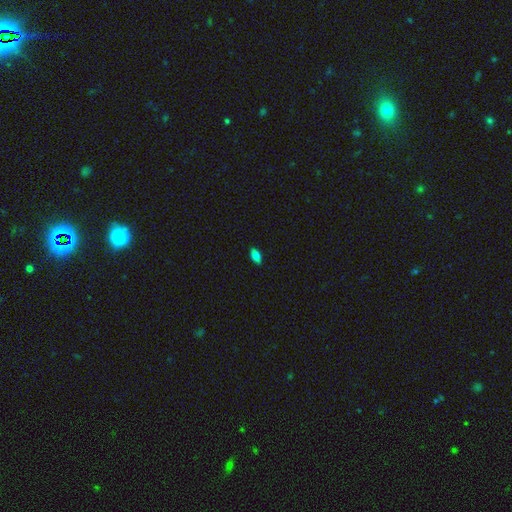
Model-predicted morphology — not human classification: smooth 81%, star or artifact 10%, featured or disk 9%. Down the decision tree: how rounded — in between (89%); merging — none (88%).